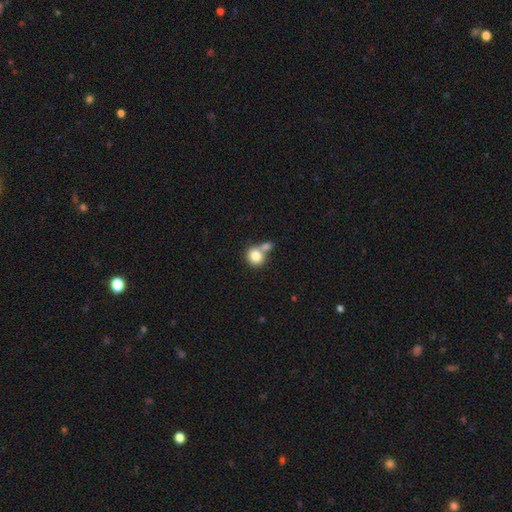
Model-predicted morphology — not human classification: Smooth or featured: smooth — 81% (featured or disk — 10%)
How rounded: round — 76% (in between — 23%)
Merging: merger — 46% (none — 41%)